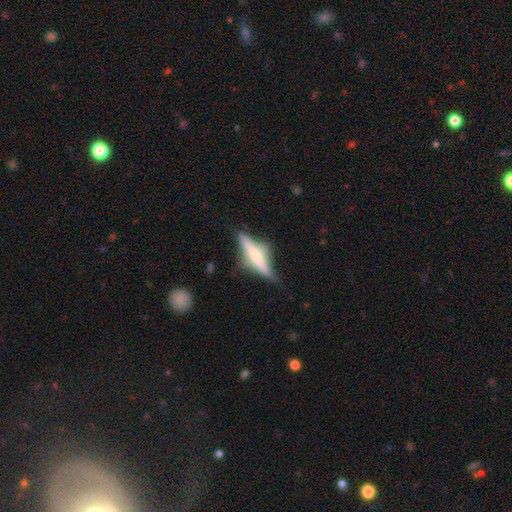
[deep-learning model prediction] smooth-or-featured: featured or disk: 61% | smooth: 32% | star or artifact: 7%
  disk-edge-on: yes: 91% | no: 9%
    edge-on-bulge: rounded: 62% | none: 22% | boxy: 16%
  merging: none: 67% | minor disturbance: 21% | major disturbance: 9% | merger: 4%